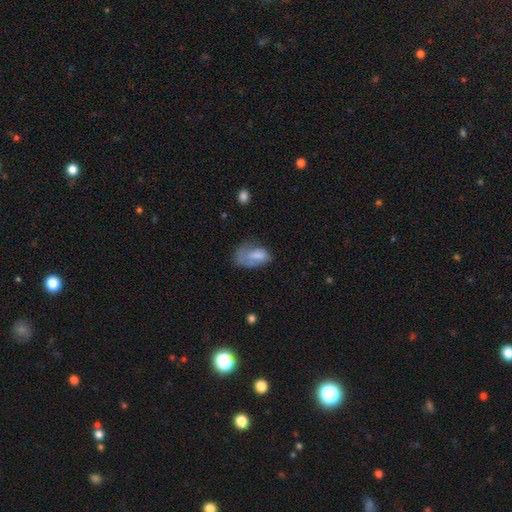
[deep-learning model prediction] A smooth galaxy with no disk features (67%) that is in between round and cigar-shaped (89%).

Vote fractions:
- Smooth or featured? smooth: 67% / featured or disk: 25% / star or artifact: 9%
- How rounded? in between: 89% / round: 8% / cigar-shaped: 3%
- Merging? major disturbance: 39% / minor disturbance: 29% / none: 27% / merger: 5%